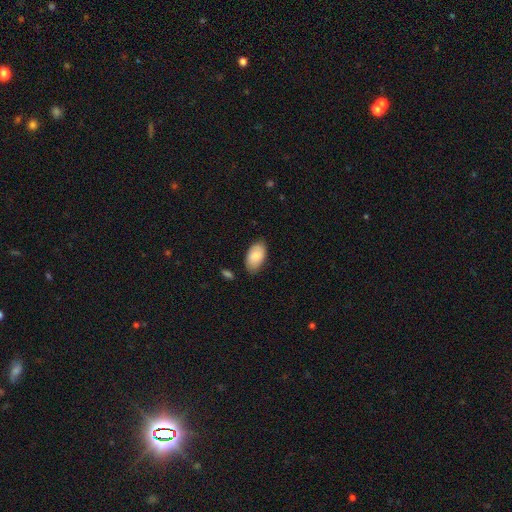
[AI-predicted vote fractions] A smooth galaxy with no disk features (86%) that is in between round and cigar-shaped (95%).

Vote fractions:
- Smooth or featured? smooth: 86% / featured or disk: 8% / star or artifact: 6%
- How rounded? in between: 95% / round: 4% / cigar-shaped: 2%
- Merging? none: 80% / minor disturbance: 16% / major disturbance: 3% / merger: 2%